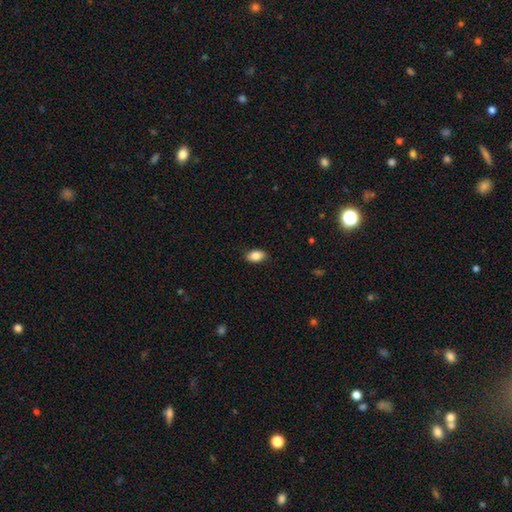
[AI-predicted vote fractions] A smooth galaxy with no disk features (87%) that is in between round and cigar-shaped (91%). Merging: none (88%).